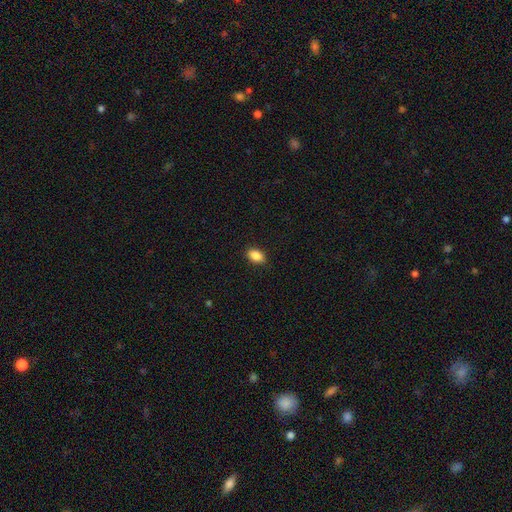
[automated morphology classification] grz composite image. It shows a smooth galaxy with no disk features (87%) that is in between round and cigar-shaped (86%). Merging: none (88%).